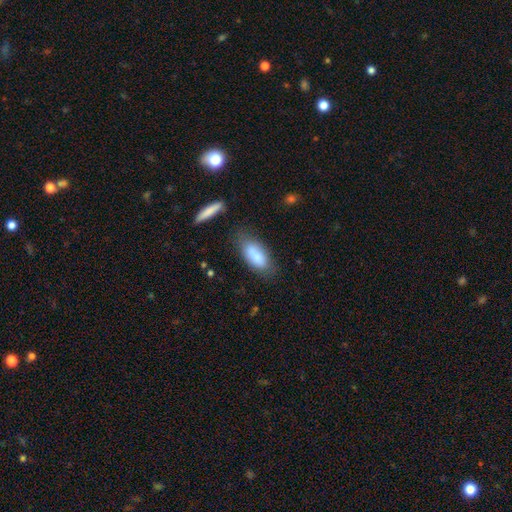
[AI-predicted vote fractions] Smooth or featured? smooth (83%)
How rounded? in between (83%)
Merging? none (65%)